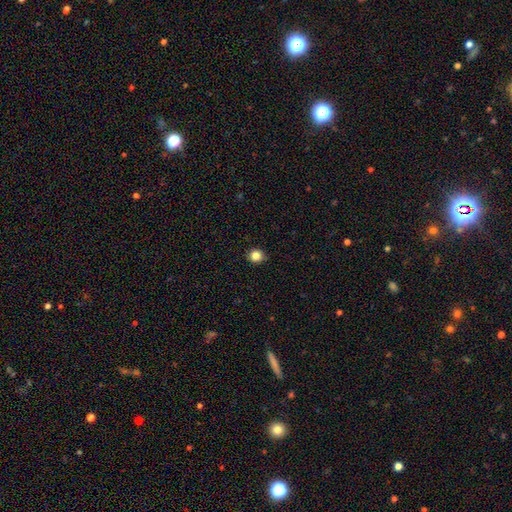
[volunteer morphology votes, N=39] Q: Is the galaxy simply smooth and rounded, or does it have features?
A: smooth — 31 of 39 (79%).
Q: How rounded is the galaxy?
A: round — 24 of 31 (77%).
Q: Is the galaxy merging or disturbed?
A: none — 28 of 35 (80%).